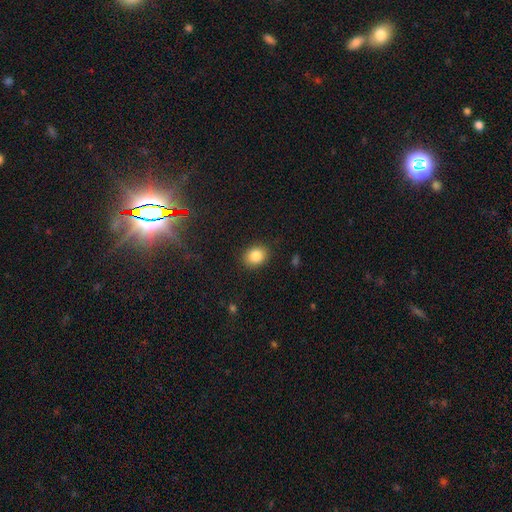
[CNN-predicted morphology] smooth_or_featured: smooth (p=0.85) [alt: star or artifact p=0.09]
how_rounded: round (p=0.51) [alt: in between p=0.48]
merging: none (p=0.88) [alt: minor disturbance p=0.09]